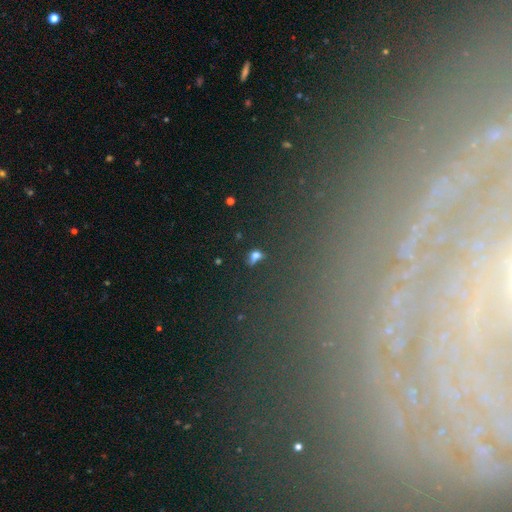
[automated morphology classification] A smooth galaxy with no disk features (62%) that is in between round and cigar-shaped (74%).

Vote fractions:
- Smooth or featured? smooth: 62% / star or artifact: 24% / featured or disk: 15%
- How rounded? in between: 74% / round: 19% / cigar-shaped: 7%
- Merging? none: 52% / minor disturbance: 18% / merger: 15% / major disturbance: 14%